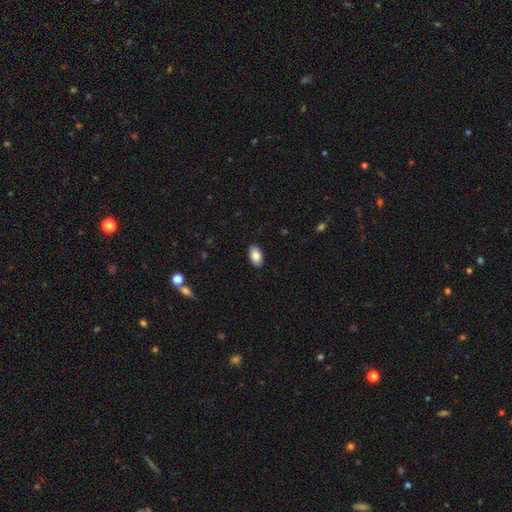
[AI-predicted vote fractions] The model was most divided on "smooth or featured": smooth: 84%, featured or disk: 9%, star or artifact: 7%. More confident: how rounded — in between (94%); merging — none (89%).